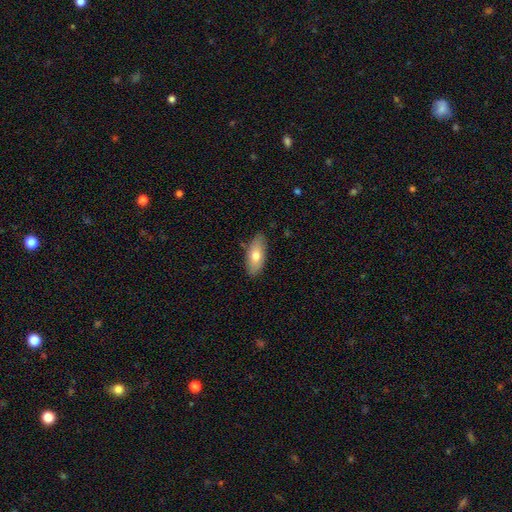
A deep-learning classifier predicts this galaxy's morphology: Q: Smooth or featured?
A: smooth (71%); runner-up: featured or disk (22%)
Q: How rounded?
A: in between (84%); runner-up: cigar-shaped (13%)
Q: Merging?
A: none (84%); runner-up: minor disturbance (12%)